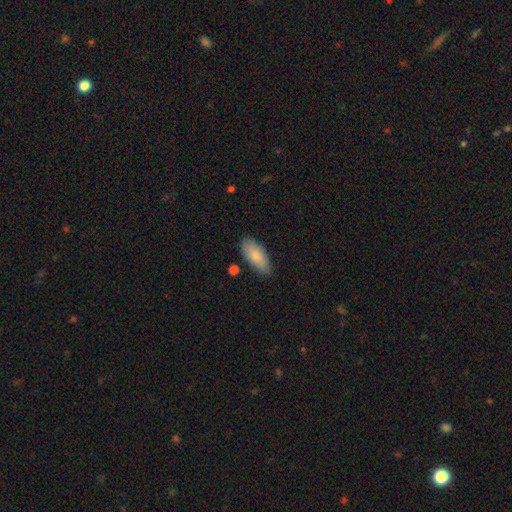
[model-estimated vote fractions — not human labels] A smooth galaxy with no disk features (84%) that is in between round and cigar-shaped (84%). Merging: none (80%).